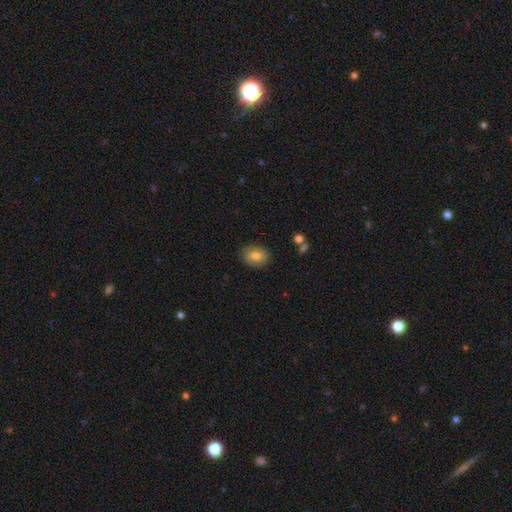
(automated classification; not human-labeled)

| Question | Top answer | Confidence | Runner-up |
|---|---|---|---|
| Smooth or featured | smooth | 76% | featured or disk (16%) |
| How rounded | in between | 58% | round (41%) |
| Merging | none | 85% | minor disturbance (11%) |